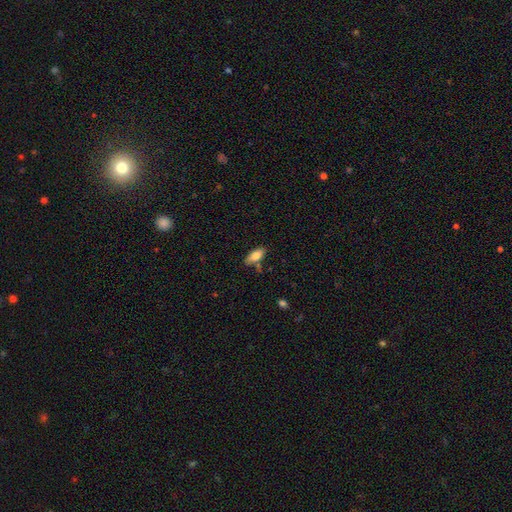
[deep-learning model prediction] Morphology: type=smooth (77%); roundness=in between (81%); merging=none (74%).